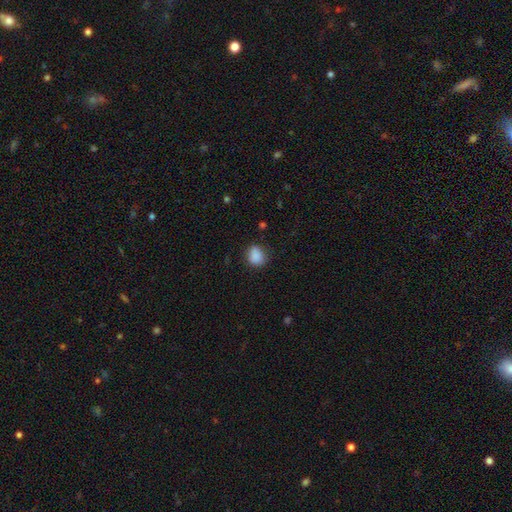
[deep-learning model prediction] This appears to be a smooth galaxy with no disk features (88%) that is round (54%). Merging: none (78%).